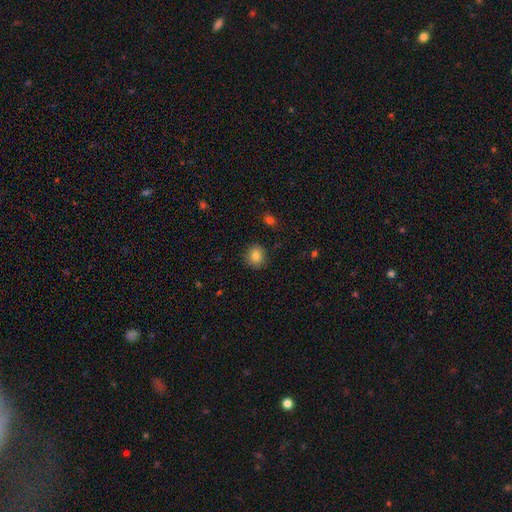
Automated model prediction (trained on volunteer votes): smooth_or_featured: smooth (p=0.83) [alt: star or artifact p=0.10]
how_rounded: round (p=0.86) [alt: in between p=0.13]
merging: none (p=0.89) [alt: minor disturbance p=0.08]